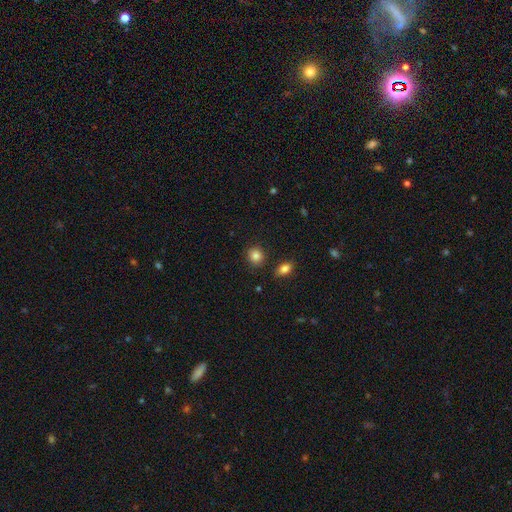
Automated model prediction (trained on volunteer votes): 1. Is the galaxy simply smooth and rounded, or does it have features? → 85% smooth, 10% star or artifact, 5% featured or disk.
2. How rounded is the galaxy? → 80% round, 19% in between, 1% cigar-shaped.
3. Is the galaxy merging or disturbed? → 87% none, 8% minor disturbance, 3% merger, 2% major disturbance.